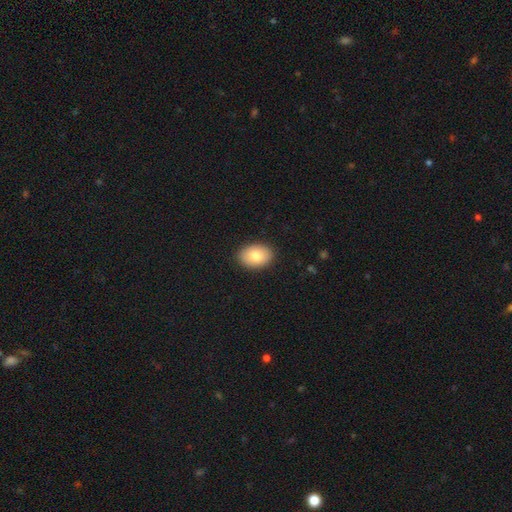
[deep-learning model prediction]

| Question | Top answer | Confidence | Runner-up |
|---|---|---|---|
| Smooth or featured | smooth | 82% | featured or disk (11%) |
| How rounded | in between | 79% | round (20%) |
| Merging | none | 90% | minor disturbance (7%) |